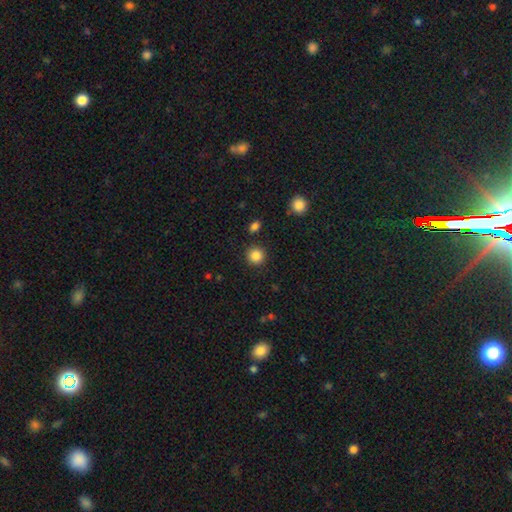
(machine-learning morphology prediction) A smooth galaxy with no disk features (85%) that is round (93%).

Vote fractions:
- Smooth or featured? smooth: 85% / star or artifact: 10% / featured or disk: 4%
- How rounded? round: 93% / in between: 6% / cigar-shaped: 1%
- Merging? none: 89% / minor disturbance: 6% / merger: 2% / major disturbance: 2%